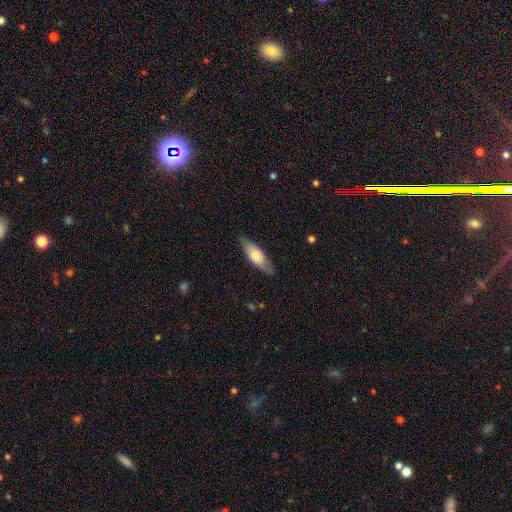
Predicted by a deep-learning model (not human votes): This is likely a smooth galaxy (69%). How rounded: likely in between (64%). Merging: clearly none (81%).